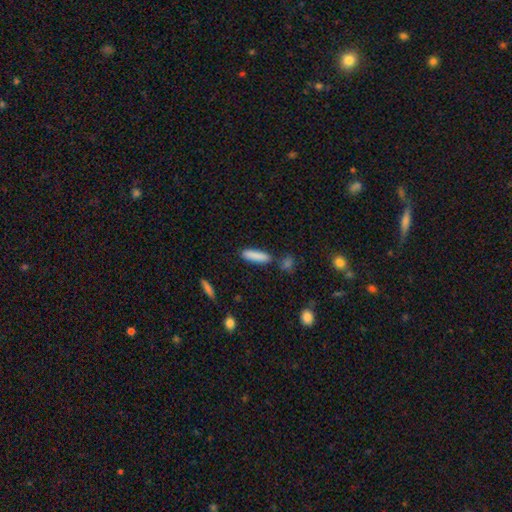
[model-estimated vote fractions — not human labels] A smooth galaxy with no disk features (86%) that is cigar-shaped (74%).

Vote fractions:
- Smooth or featured? smooth: 86% / featured or disk: 7% / star or artifact: 7%
- How rounded? cigar-shaped: 74% / in between: 25% / round: 2%
- Merging? none: 81% / minor disturbance: 10% / merger: 6% / major disturbance: 2%